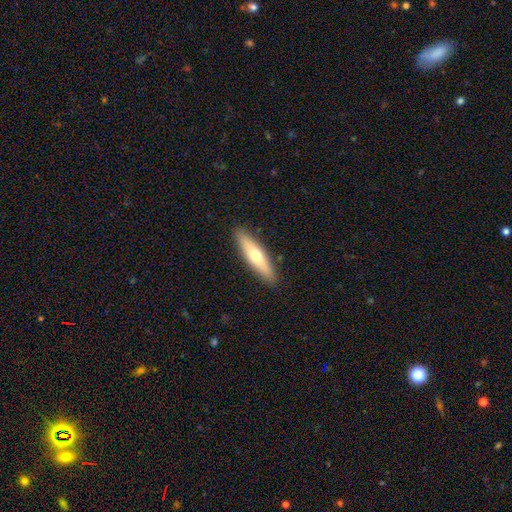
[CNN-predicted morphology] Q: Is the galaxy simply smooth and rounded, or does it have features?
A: smooth — 57%.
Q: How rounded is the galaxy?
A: cigar-shaped — 75%.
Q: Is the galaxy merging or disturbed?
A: none — 90%.